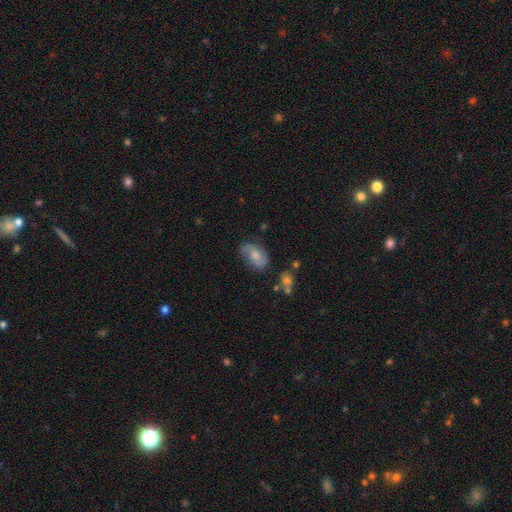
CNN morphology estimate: A featured or disk galaxy (54%) with no bar (61%), spiral arms (88%) and a moderate central bulge (50%).

Vote fractions:
- Smooth or featured? featured or disk: 54% / smooth: 38% / star or artifact: 8%
- Edge-on disk? no: 96% / yes: 4%
- Bar? no: 61% / weak: 34% / strong: 6%
- Spiral arms? yes: 88% / no: 12%
- Bulge size? moderate: 50% / small: 29% / large: 10% / none: 10% / dominant: 2%
- Merging? none: 69% / minor disturbance: 21% / major disturbance: 7% / merger: 2%